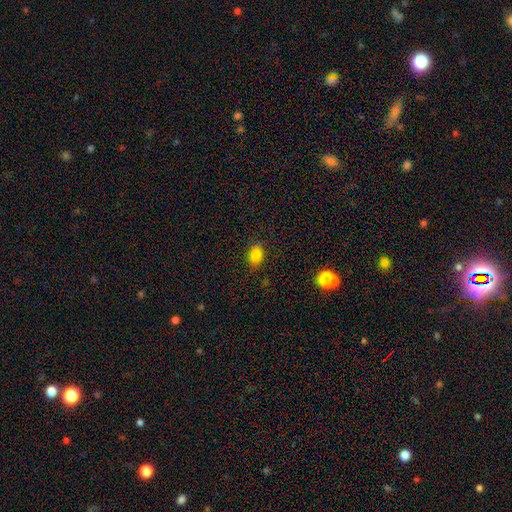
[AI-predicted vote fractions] Morphology: type=smooth (84%); roundness=in between (74%); merging=none (81%).